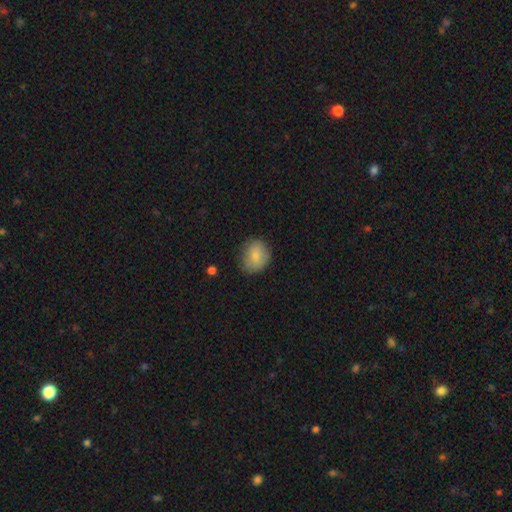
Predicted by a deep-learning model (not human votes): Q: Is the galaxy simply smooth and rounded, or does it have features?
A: smooth — 81%.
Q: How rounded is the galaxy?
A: round — 65%.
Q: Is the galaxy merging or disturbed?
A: none — 76%.